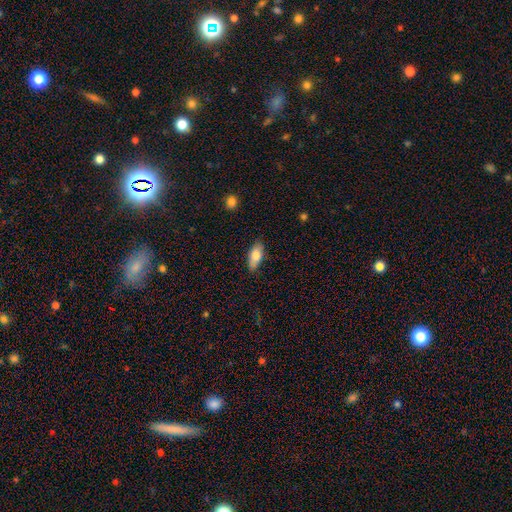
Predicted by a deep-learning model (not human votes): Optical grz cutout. It shows a smooth galaxy with no disk features (81%) that is in between round and cigar-shaped (84%). Merging: none (81%).